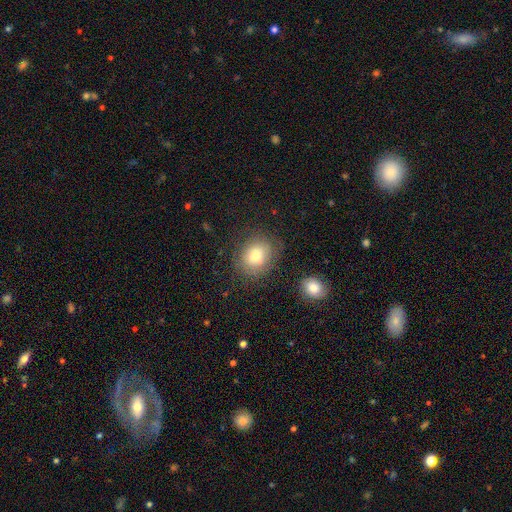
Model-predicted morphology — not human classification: smooth_or_featured: smooth (p=0.76) [alt: featured or disk p=0.15]
how_rounded: round (p=0.63) [alt: in between p=0.36]
merging: none (p=0.77) [alt: minor disturbance p=0.14]